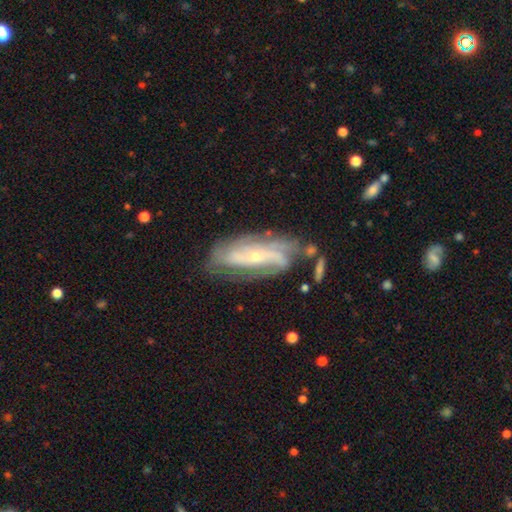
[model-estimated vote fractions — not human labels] The model was most divided on "spiral arm count": 2: 33%, can't tell: 31%, 3: 18%, 4: 8%, 1: 5%, more than 4: 4%. Remaining: spiral arms — yes (91%); edge-on disk — no (89%); smooth or featured — featured or disk (82%); bulge size — small (71%); merging — none (60%); bar — no (56%); spiral winding — tight (45%).